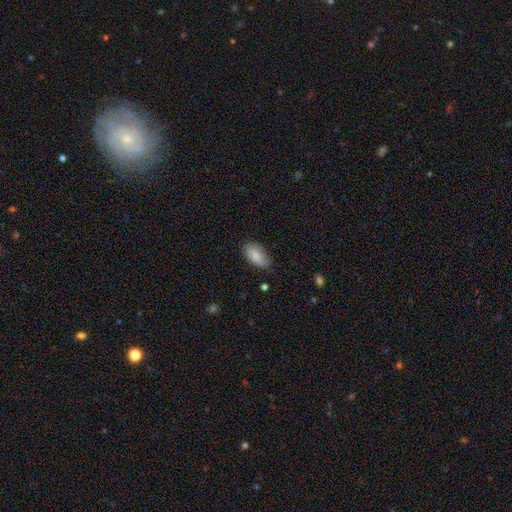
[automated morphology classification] smooth-or-featured: smooth: 84% | featured or disk: 10% | star or artifact: 6%
  how-rounded: in between: 93% | cigar-shaped: 4% | round: 3%
  merging: none: 78% | minor disturbance: 18% | major disturbance: 3% | merger: 1%